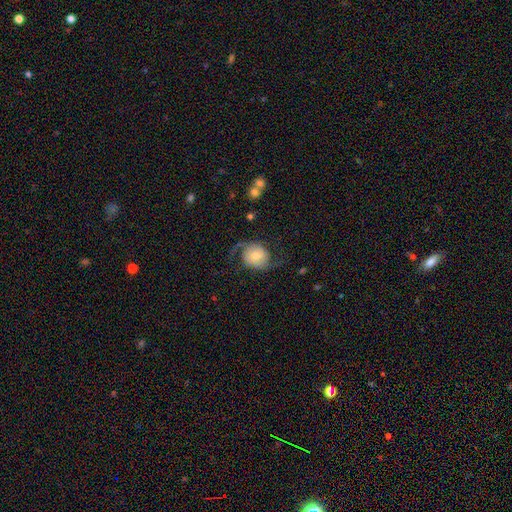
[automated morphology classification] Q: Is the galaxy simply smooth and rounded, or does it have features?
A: featured or disk — 76%.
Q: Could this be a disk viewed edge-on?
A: no — 97%.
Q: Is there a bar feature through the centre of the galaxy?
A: no — 70%.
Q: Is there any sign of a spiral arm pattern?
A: yes — 94%.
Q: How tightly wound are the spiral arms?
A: loose — 61%.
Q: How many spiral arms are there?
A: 2 — 92%.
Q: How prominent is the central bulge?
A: moderate — 47%.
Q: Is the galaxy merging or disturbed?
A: none — 69%.